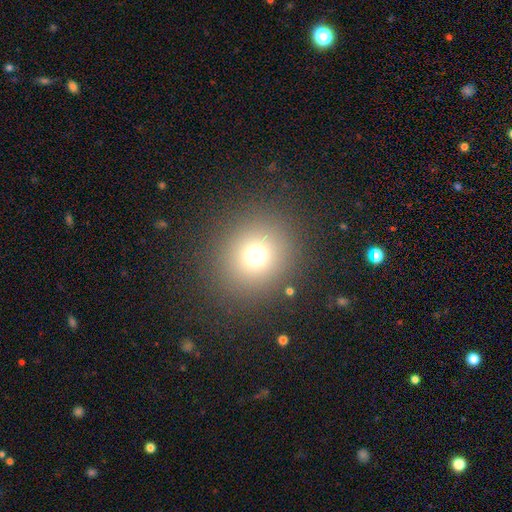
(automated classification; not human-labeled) Overall: smooth (69%). How rounded: round (89%). Merging: none (88%).